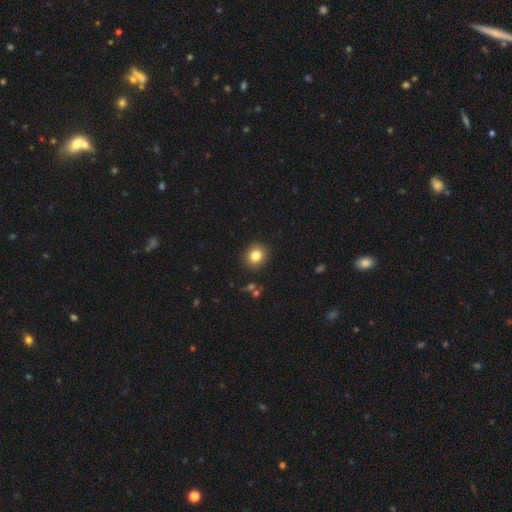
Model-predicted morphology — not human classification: smooth-or-featured: smooth: 81% | star or artifact: 11% | featured or disk: 7%
  how-rounded: round: 85% | in between: 14% | cigar-shaped: 1%
  merging: none: 90% | minor disturbance: 6% | major disturbance: 2% | merger: 2%